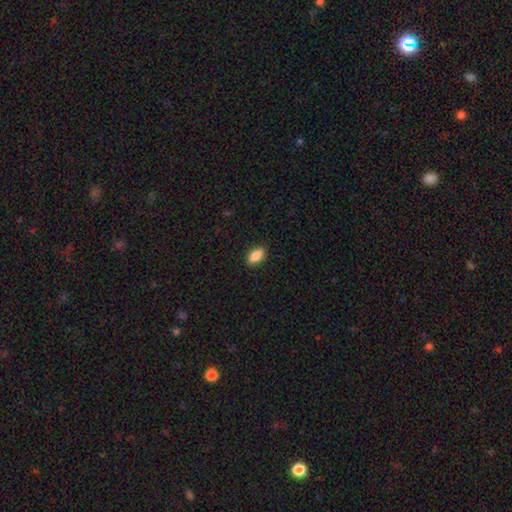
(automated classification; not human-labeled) Smooth or featured: smooth — 87% (star or artifact — 7%)
How rounded: in between — 90% (cigar-shaped — 5%)
Merging: none — 89% (minor disturbance — 8%)